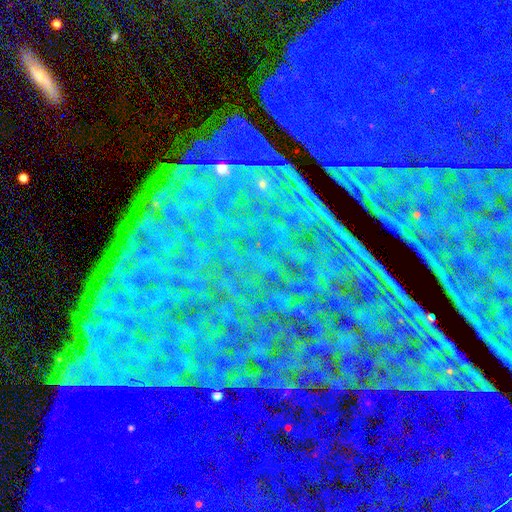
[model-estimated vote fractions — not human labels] This is clearly a star or artifact rather than a galaxy (87%).